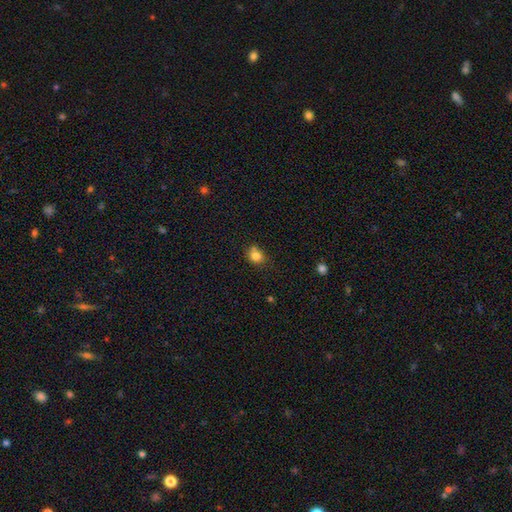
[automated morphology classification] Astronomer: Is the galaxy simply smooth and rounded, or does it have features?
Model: smooth — 81%.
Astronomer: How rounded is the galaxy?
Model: round — 62%.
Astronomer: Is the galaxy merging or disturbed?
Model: none — 64%.